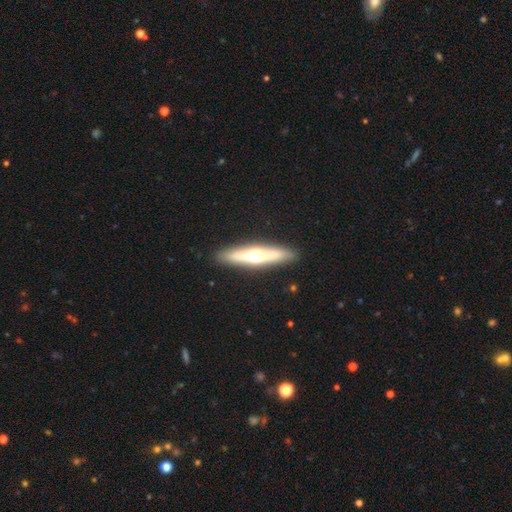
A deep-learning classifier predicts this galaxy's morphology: Smooth or featured? featured or disk (58%)
Edge-on disk? yes (91%)
Edge-on bulge? rounded (92%)
Merging? none (89%)